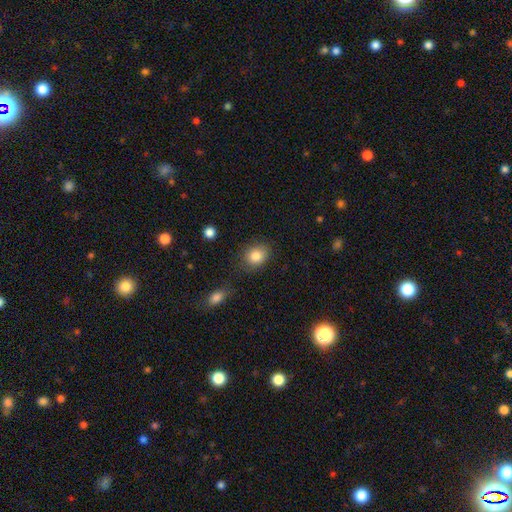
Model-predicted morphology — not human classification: This appears to be a smooth galaxy with no disk features (84%) that is round (60%). Merging: none (80%).